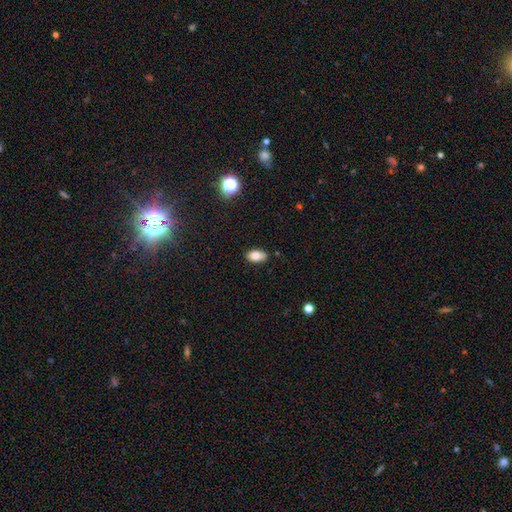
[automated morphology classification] Smooth or featured: smooth — 82% (star or artifact — 9%)
How rounded: in between — 91% (round — 6%)
Merging: none — 82% (minor disturbance — 14%)